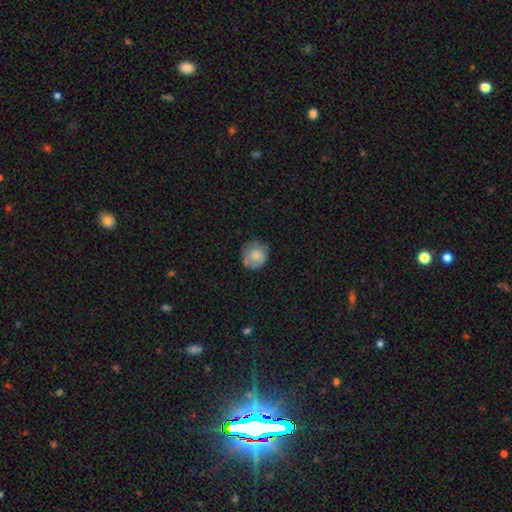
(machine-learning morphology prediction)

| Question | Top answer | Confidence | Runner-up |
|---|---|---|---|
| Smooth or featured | smooth | 69% | featured or disk (23%) |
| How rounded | round | 82% | in between (17%) |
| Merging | none | 64% | minor disturbance (25%) |